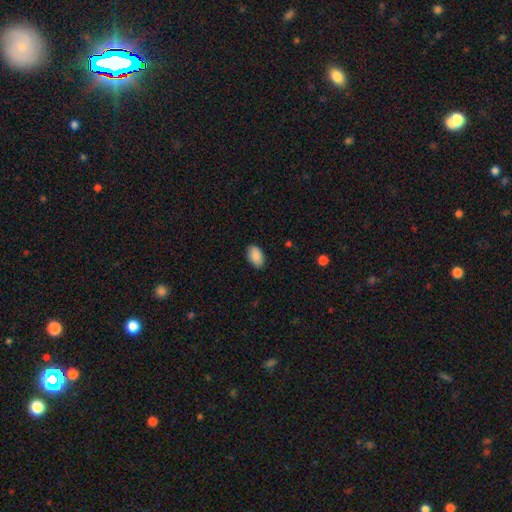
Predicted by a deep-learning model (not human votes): Smooth or featured?
  - smooth: 90% *
  - star or artifact: 7%
  - featured or disk: 3%
How rounded?
  - in between: 92% *
  - round: 7%
  - cigar-shaped: 1%
Merging?
  - none: 85% *
  - minor disturbance: 12%
  - major disturbance: 2%
  - merger: 1%